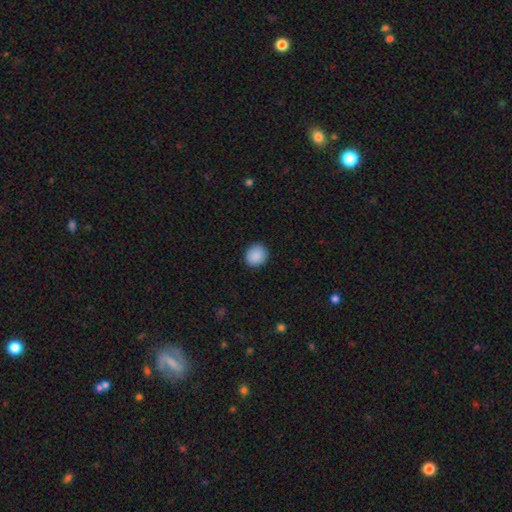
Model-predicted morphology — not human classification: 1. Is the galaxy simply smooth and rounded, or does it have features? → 90% smooth, 7% star or artifact, 3% featured or disk.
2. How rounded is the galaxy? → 83% round, 16% in between, 1% cigar-shaped.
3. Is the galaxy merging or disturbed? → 91% none, 6% minor disturbance, 2% major disturbance, 1% merger.